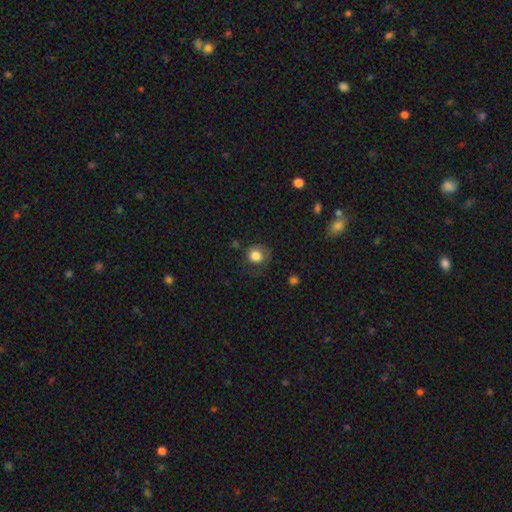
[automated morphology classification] Smooth or featured: smooth — 82% (star or artifact — 10%)
How rounded: round — 83% (in between — 17%)
Merging: none — 64% (minor disturbance — 21%)